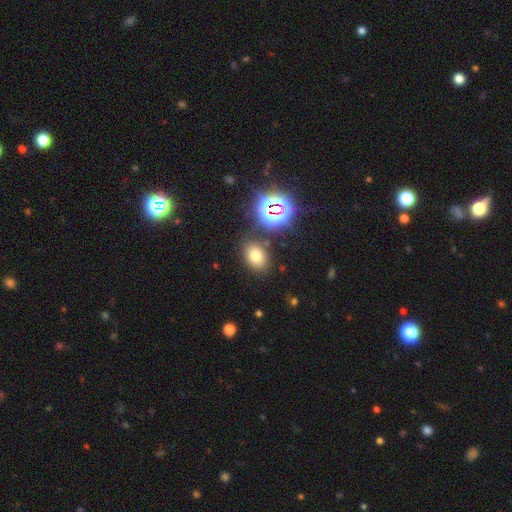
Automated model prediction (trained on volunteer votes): Smooth or featured: smooth — 69% (star or artifact — 21%)
How rounded: in between — 73% (round — 25%)
Merging: none — 80% (minor disturbance — 11%)